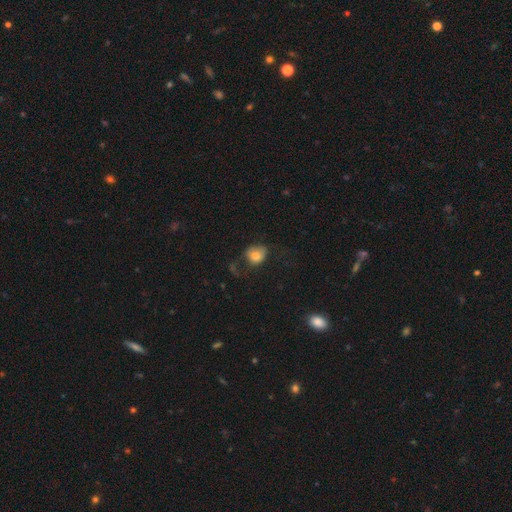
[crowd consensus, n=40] Smooth or featured? 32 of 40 (80%) said smooth. How rounded? 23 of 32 (72%) said round. Merging? 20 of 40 (50%) said none.